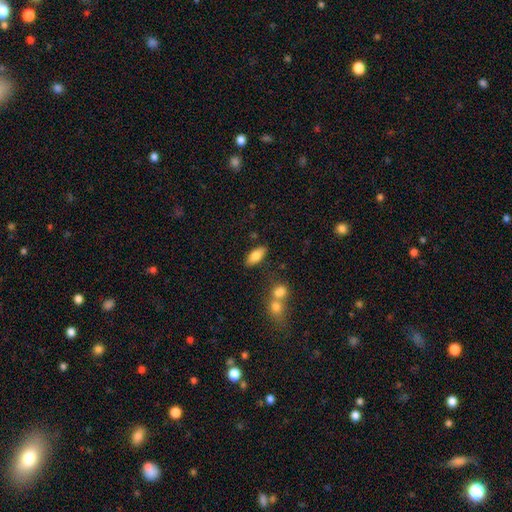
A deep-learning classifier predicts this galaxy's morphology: Smooth or featured? Predicted: smooth (p=0.80). How rounded? Predicted: in between (p=0.84). Merging? Predicted: none (p=0.78).